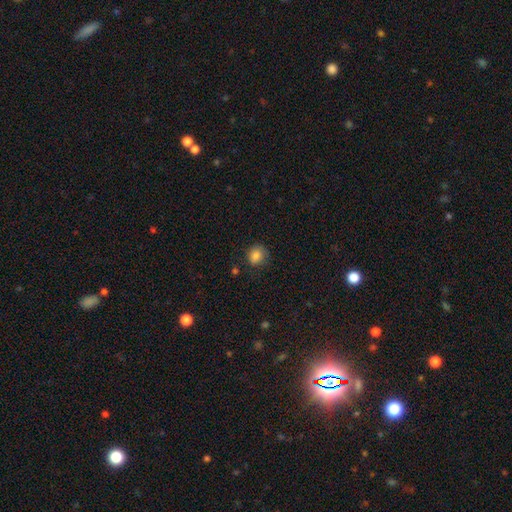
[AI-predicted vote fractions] Smooth or featured: smooth — 83% (star or artifact — 10%)
How rounded: round — 72% (in between — 27%)
Merging: none — 70% (minor disturbance — 21%)